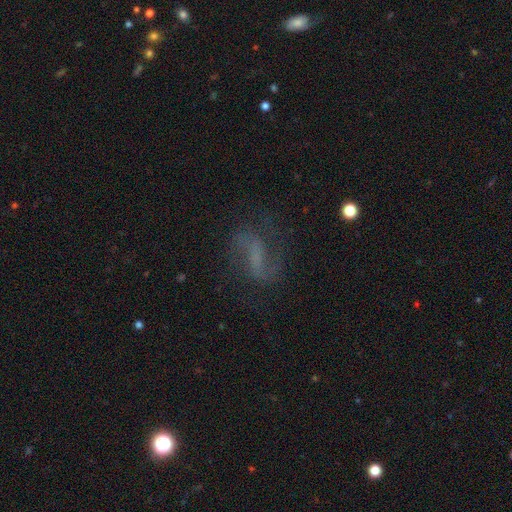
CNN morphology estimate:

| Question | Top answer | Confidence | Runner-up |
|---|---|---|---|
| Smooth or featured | featured or disk | 68% | smooth (17%) |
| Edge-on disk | no | 93% | yes (7%) |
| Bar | strong | 39% | weak (37%) |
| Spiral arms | yes | 87% | no (13%) |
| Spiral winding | loose | 54% | medium (34%) |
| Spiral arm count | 2 | 85% | can't tell (7%) |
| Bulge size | none | 57% | small (27%) |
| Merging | none | 70% | minor disturbance (16%) |